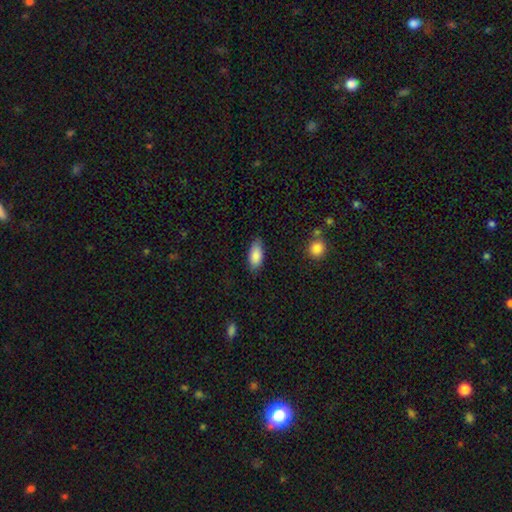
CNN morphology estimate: Q: Smooth or featured?
A: smooth (87%); runner-up: featured or disk (7%)
Q: How rounded?
A: in between (88%); runner-up: cigar-shaped (10%)
Q: Merging?
A: none (80%); runner-up: minor disturbance (16%)